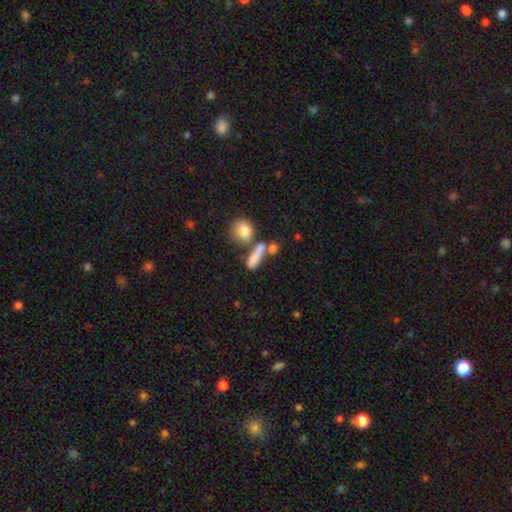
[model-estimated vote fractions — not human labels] Morphology: type=smooth (76%); roundness=cigar-shaped (51%); merging=none (47%).